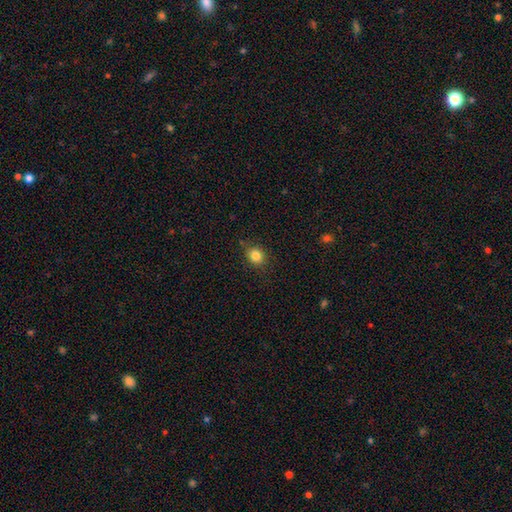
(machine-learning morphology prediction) A smooth galaxy with no disk features (84%) that is round (69%). Merging: none (83%).